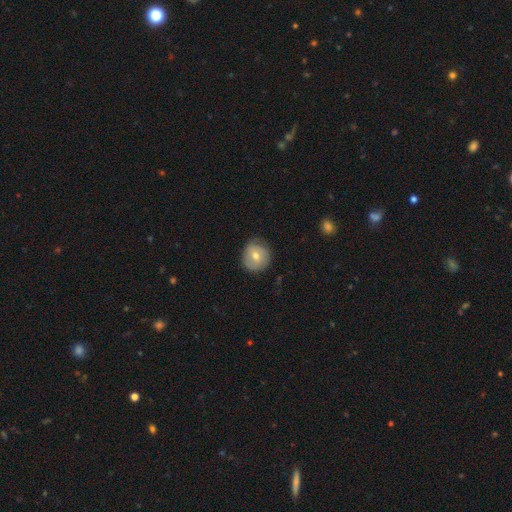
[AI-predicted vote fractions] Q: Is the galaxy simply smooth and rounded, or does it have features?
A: smooth — 59%.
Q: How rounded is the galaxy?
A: round — 88%.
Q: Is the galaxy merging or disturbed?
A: none — 77%.